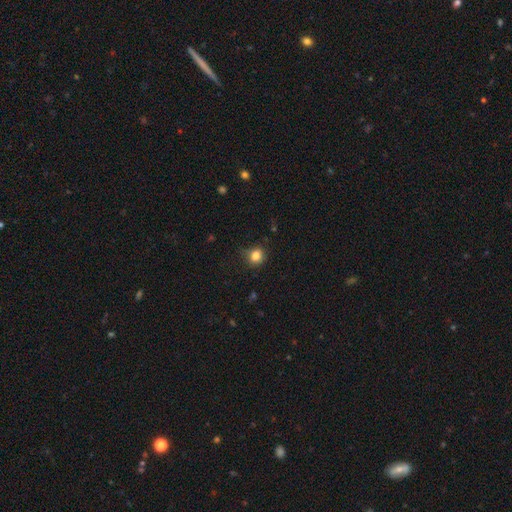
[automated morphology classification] Q: Smooth or featured?
A: smooth (83%); runner-up: star or artifact (12%)
Q: How rounded?
A: round (80%); runner-up: in between (19%)
Q: Merging?
A: none (78%); runner-up: minor disturbance (17%)